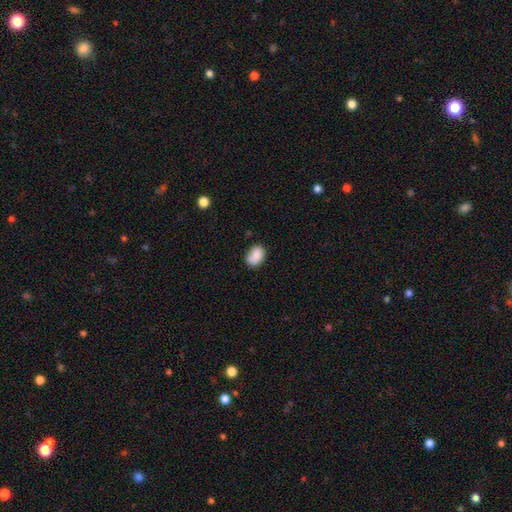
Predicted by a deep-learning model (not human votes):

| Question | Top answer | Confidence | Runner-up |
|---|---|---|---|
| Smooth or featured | smooth | 82% | featured or disk (10%) |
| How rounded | in between | 73% | round (26%) |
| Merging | none | 64% | minor disturbance (23%) |